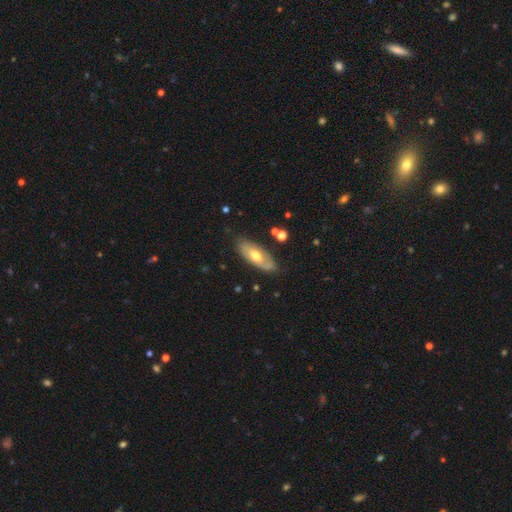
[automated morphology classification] A featured or disk galaxy (47%, tied with smooth). Merging: none (76%).